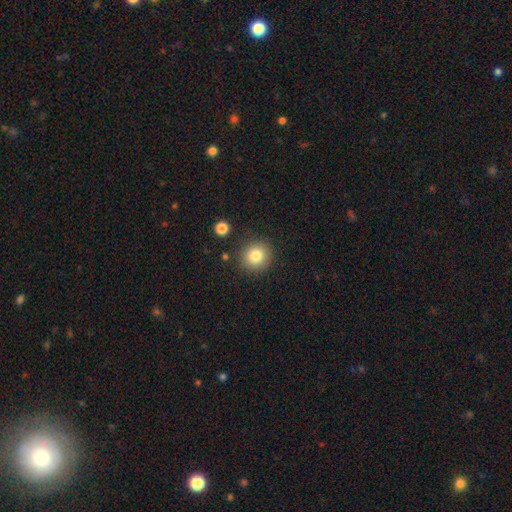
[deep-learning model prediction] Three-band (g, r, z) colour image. It shows a smooth galaxy with no disk features (82%) that is round (89%). Merging: none (87%).